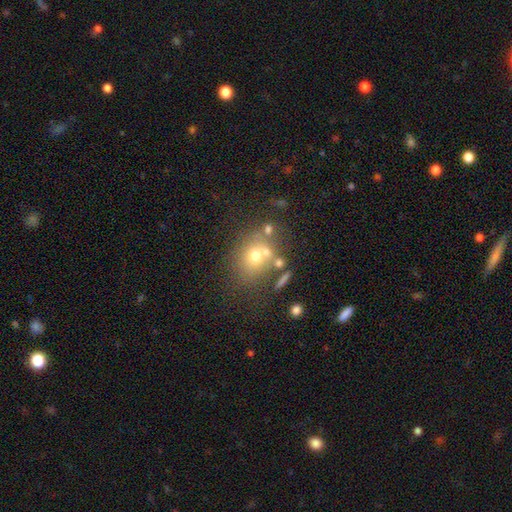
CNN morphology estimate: This is likely a smooth galaxy (62%). How rounded: likely round (63%). Merging: possibly none (55%).